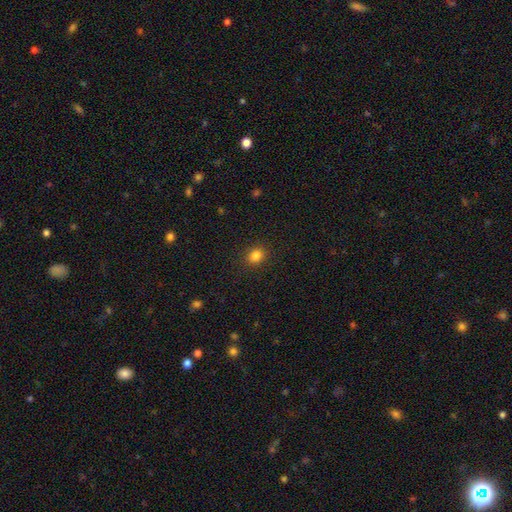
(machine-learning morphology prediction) This is clearly a smooth galaxy (83%). How rounded: likely round (70%). Merging: clearly none (90%).